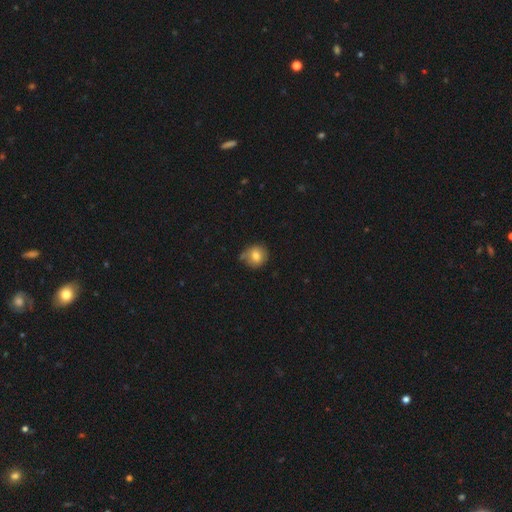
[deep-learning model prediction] This is likely a smooth galaxy (78%). How rounded: clearly round (86%). Merging: likely none (66%).